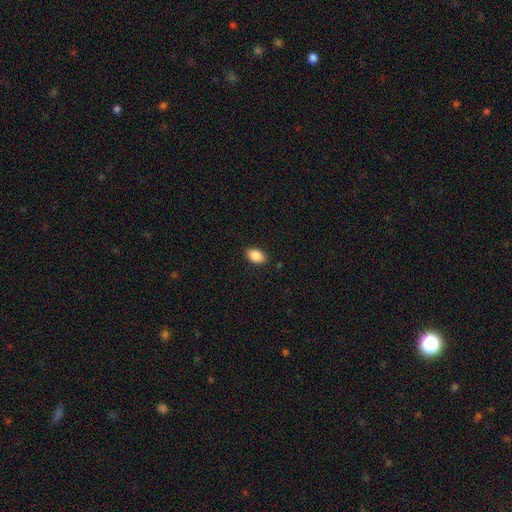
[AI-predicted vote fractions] A smooth galaxy with no disk features (87%) that is in between round and cigar-shaped (87%). Merging: none (88%).